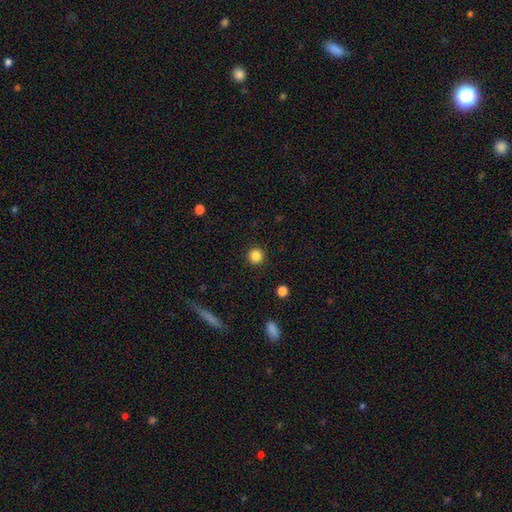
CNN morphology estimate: smooth 86%, star or artifact 11%, featured or disk 4%. Down the decision tree: how rounded — round (95%); merging — none (92%).